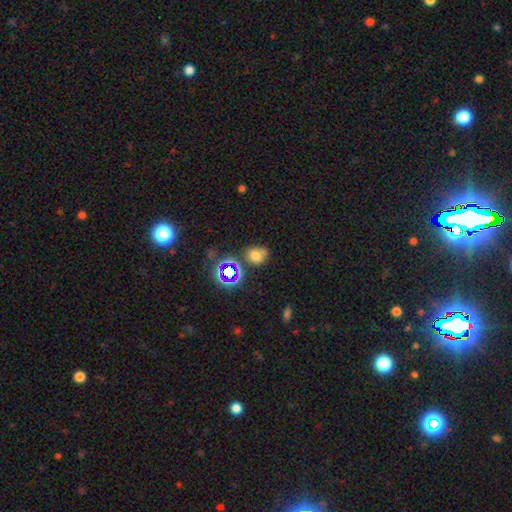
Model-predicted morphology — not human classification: Smooth or featured? Predicted: smooth (p=0.65). How rounded? Predicted: round (p=0.53). Merging? Predicted: none (p=0.60).